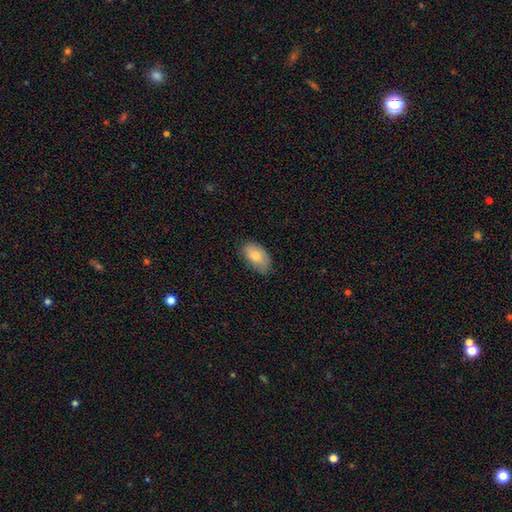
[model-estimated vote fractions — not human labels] Overall: smooth (81%). How rounded: in between (94%). Merging: none (75%).